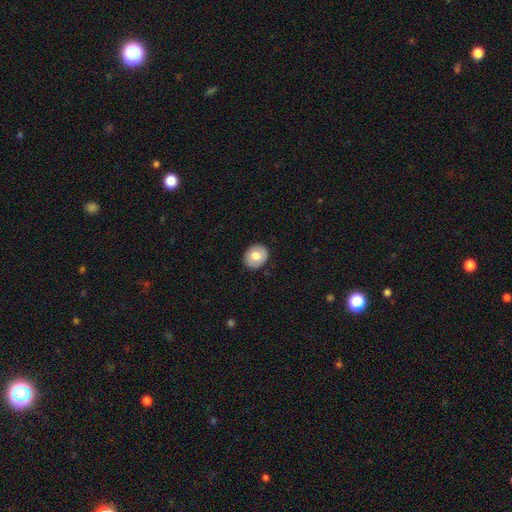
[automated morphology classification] smooth 76%, featured or disk 17%, star or artifact 7%. Down the decision tree: how rounded — round (65%); merging — none (89%).